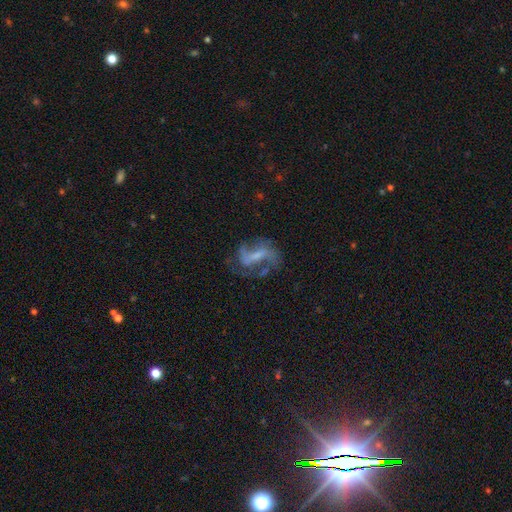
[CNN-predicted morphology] smooth_or_featured: featured or disk (p=0.77) [alt: smooth p=0.15]
disk_edge_on: no (p=0.95) [alt: yes p=0.05]
bar: weak (p=0.41) [alt: strong p=0.38]
has_spiral_arms: yes (p=0.84) [alt: no p=0.16]
spiral_winding: loose (p=0.45) [alt: medium p=0.41]
spiral_arm_count: 2 (p=0.66) [alt: can't tell p=0.13]
bulge_size: small (p=0.45) [alt: moderate p=0.27]
merging: none (p=0.50) [alt: major disturbance p=0.27]